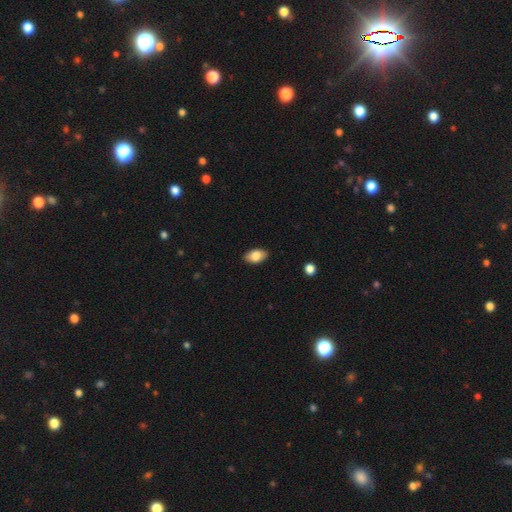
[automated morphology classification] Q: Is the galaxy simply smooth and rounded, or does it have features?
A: smooth — 84%.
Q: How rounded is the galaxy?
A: in between — 93%.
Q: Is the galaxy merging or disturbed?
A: none — 88%.